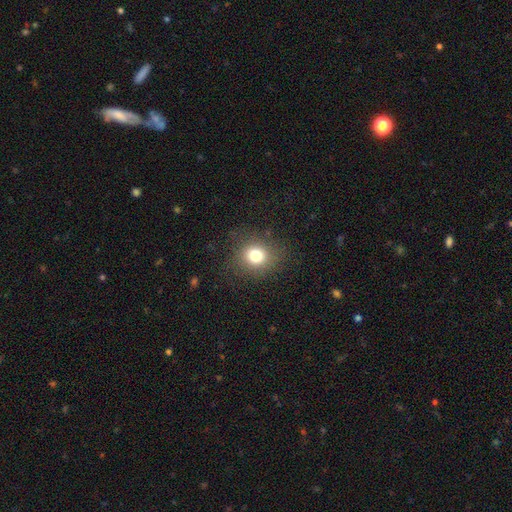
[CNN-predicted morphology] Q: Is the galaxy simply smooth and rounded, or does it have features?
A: smooth — 78%.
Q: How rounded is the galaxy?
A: round — 80%.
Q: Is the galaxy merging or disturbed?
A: none — 84%.